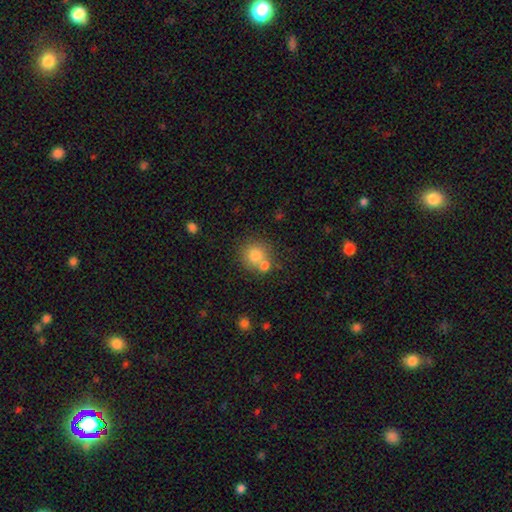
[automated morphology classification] A smooth galaxy with no disk features (79%) that is round (88%). Merging: none (59%).